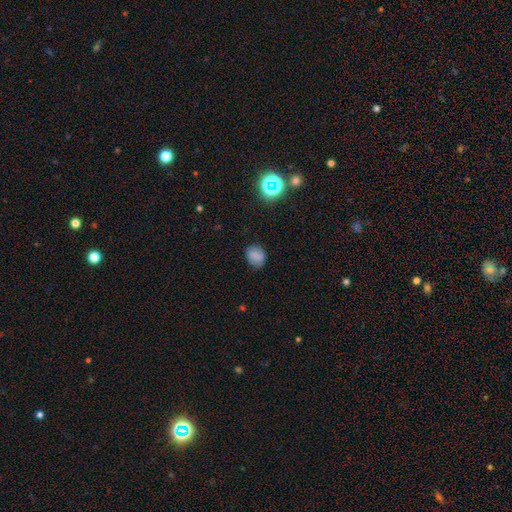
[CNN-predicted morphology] The model was most divided on "how rounded": round: 50%, in between: 49%, cigar-shaped: 1%. More confident: merging — none (80%); smooth or featured — smooth (76%).